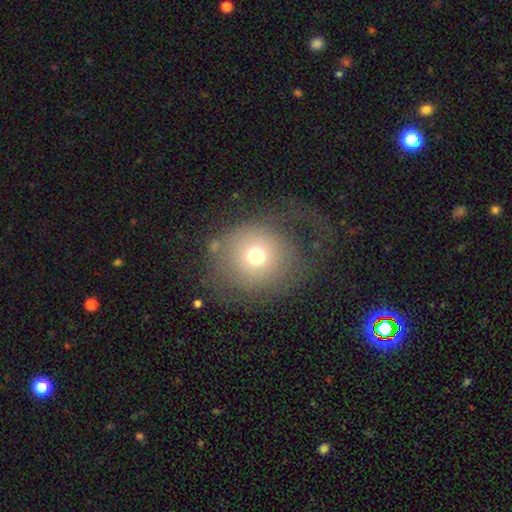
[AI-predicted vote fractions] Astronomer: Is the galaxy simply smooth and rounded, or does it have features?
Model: smooth — 66%.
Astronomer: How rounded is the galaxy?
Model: round — 90%.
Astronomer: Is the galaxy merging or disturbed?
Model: none — 52% (runner-up: major disturbance, 29%).